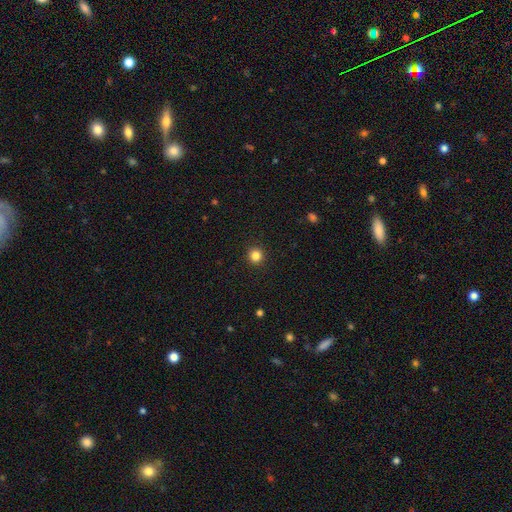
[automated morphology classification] Smooth or featured: smooth — 84% (star or artifact — 12%)
How rounded: round — 96% (in between — 4%)
Merging: none — 93% (minor disturbance — 4%)